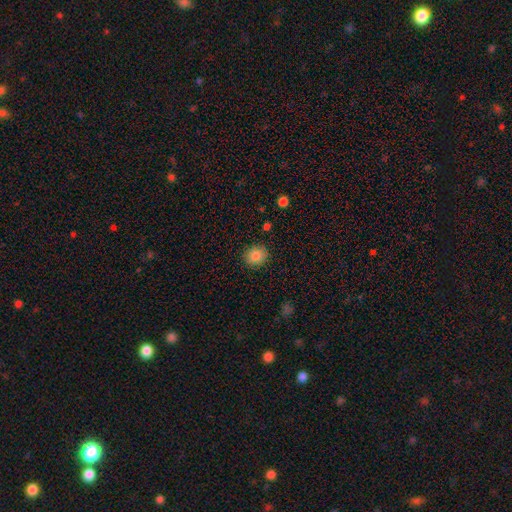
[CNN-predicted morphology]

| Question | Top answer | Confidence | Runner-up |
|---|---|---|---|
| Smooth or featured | smooth | 84% | star or artifact (9%) |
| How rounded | round | 79% | in between (20%) |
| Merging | none | 89% | minor disturbance (8%) |